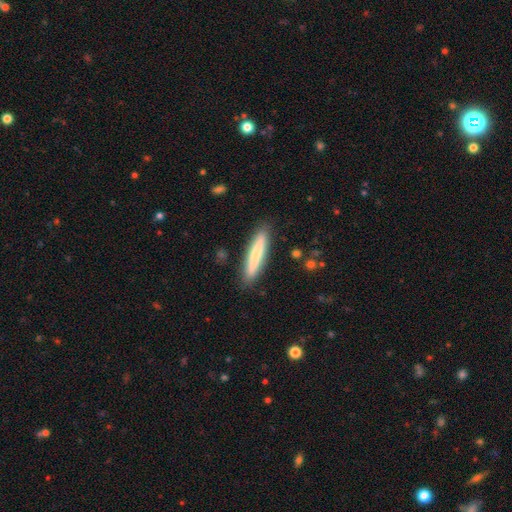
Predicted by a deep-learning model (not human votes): smooth_or_featured: smooth (p=0.70) [alt: featured or disk p=0.24]
how_rounded: cigar-shaped (p=0.89) [alt: in between p=0.10]
merging: none (p=0.88) [alt: minor disturbance p=0.09]